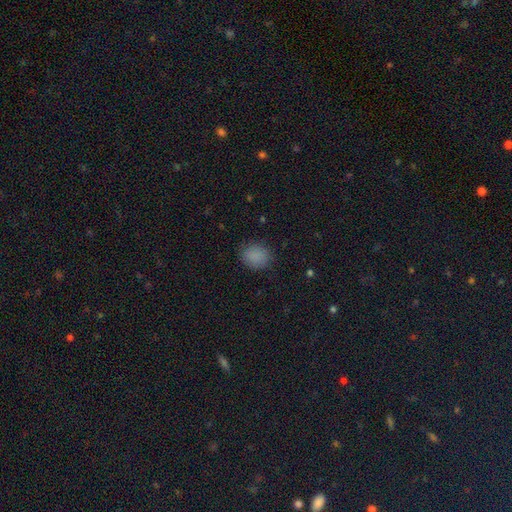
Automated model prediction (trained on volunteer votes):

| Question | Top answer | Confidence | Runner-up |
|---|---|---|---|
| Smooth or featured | smooth | 86% | star or artifact (10%) |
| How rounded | round | 61% | in between (38%) |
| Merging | none | 85% | minor disturbance (11%) |